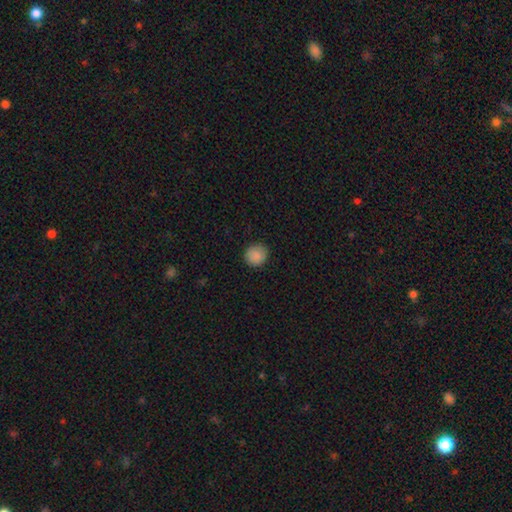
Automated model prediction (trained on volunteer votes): smooth-or-featured: smooth: 88% | star or artifact: 9% | featured or disk: 3%
  how-rounded: round: 87% | in between: 12% | cigar-shaped: 1%
  merging: none: 89% | minor disturbance: 8% | major disturbance: 2% | merger: 1%